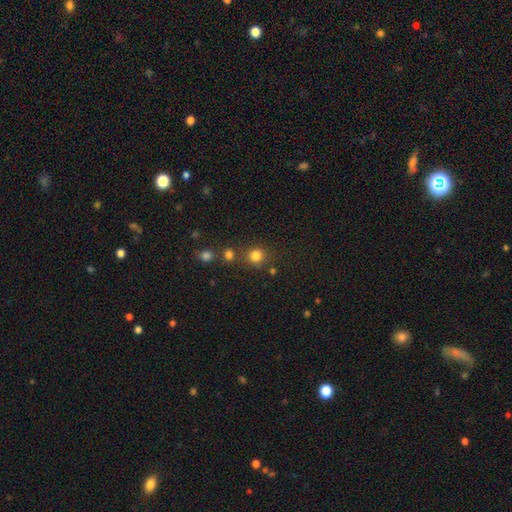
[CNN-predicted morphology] Smooth or featured? Predicted: smooth (p=0.80). How rounded? Predicted: round (p=0.89). Merging? Predicted: none (p=0.75).